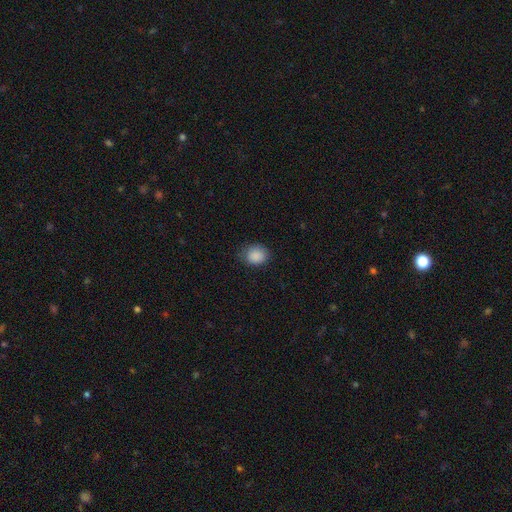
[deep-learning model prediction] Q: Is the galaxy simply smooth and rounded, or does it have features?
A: smooth — 88%.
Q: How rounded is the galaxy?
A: round — 55%.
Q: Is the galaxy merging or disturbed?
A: none — 77%.